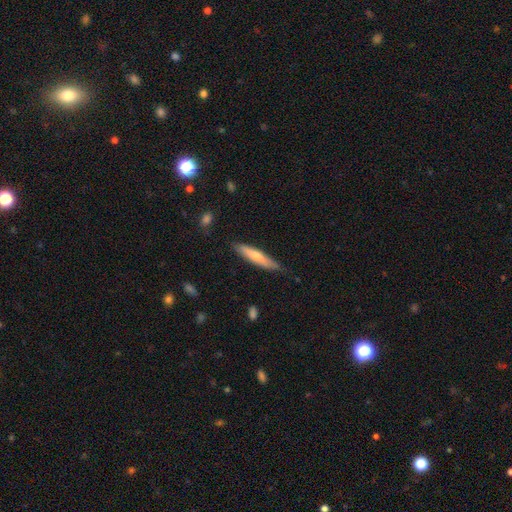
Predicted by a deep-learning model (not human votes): smooth 55%, featured or disk 39%, star or artifact 6%. Down the decision tree: how rounded — cigar-shaped (89%); merging — none (82%).